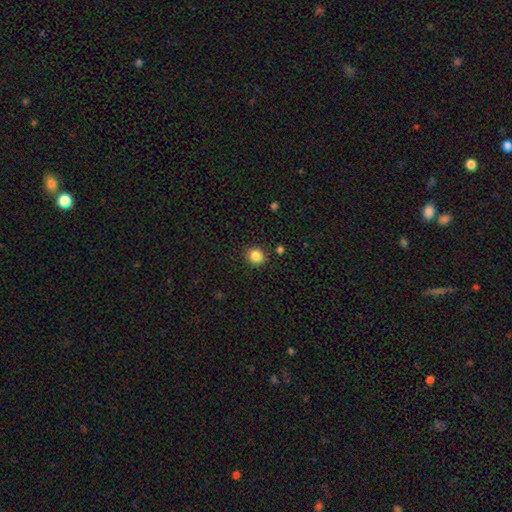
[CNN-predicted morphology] Smooth or featured? smooth (85%)
How rounded? round (86%)
Merging? none (90%)